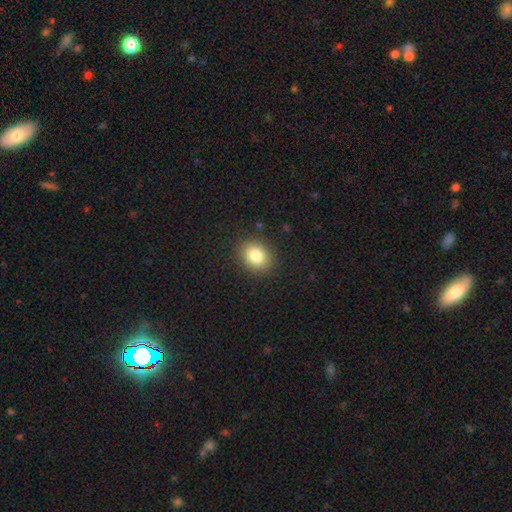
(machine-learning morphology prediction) This appears to be a smooth galaxy with no disk features (82%) that is round (51%). Merging: none (88%).